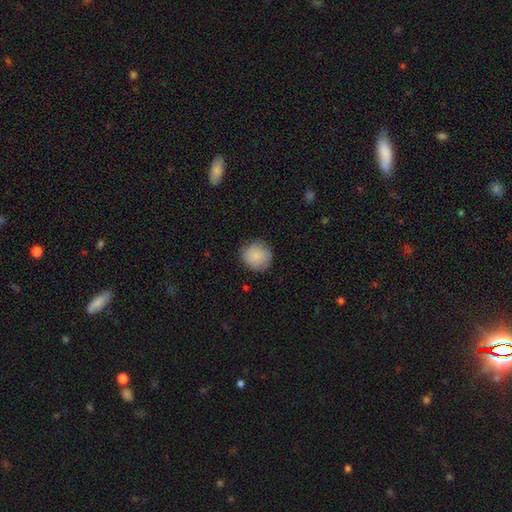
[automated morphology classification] A smooth galaxy with no disk features (87%) that is round (92%). Merging: none (84%).